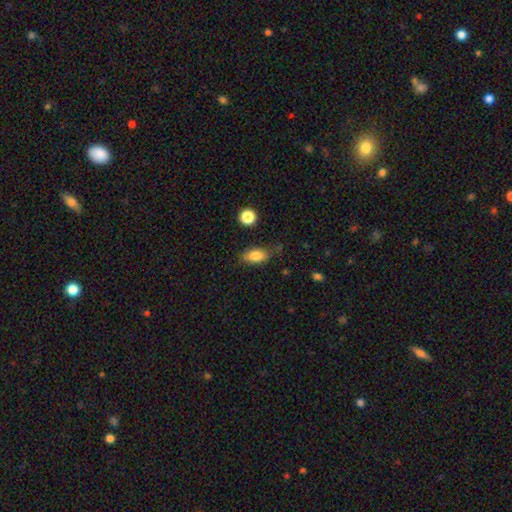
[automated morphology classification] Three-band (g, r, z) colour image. It shows a smooth galaxy with no disk features (81%) that is in between round and cigar-shaped (86%). Merging: none (77%).